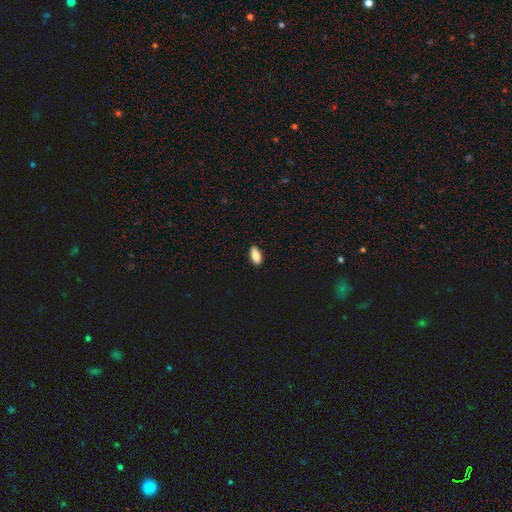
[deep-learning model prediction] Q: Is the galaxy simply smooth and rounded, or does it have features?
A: smooth — 87%.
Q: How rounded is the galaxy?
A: in between — 89%.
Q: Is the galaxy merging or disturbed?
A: none — 87%.